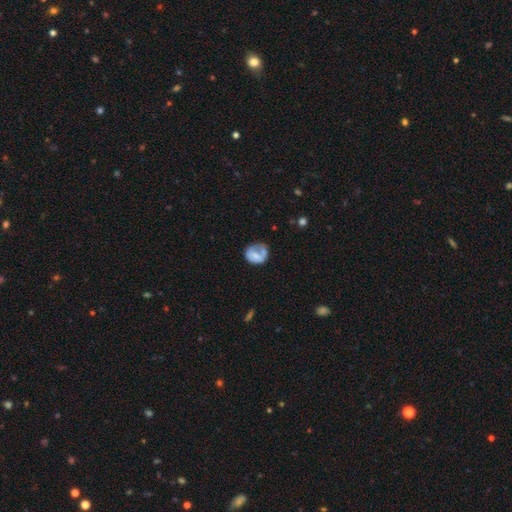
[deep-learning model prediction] The model was most divided on "merging": none: 40%, minor disturbance: 27%, major disturbance: 24%, merger: 9%. More confident: how rounded — round (63%); smooth or featured — smooth (61%).